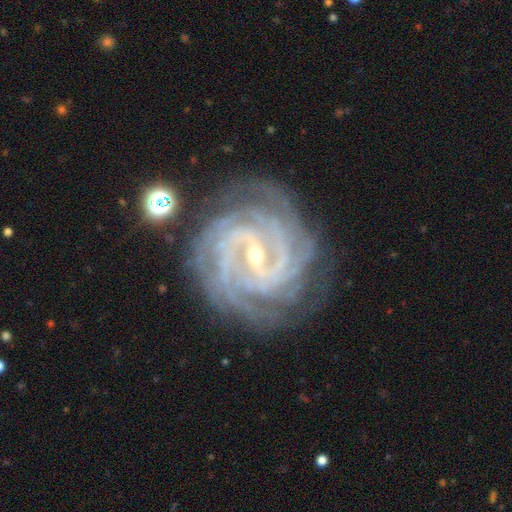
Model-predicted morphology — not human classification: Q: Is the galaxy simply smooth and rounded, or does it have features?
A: featured or disk — 92%.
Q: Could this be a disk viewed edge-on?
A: no — 97%.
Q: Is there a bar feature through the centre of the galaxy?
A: strong — 43%, tied with weak.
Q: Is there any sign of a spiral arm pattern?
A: yes — 98%.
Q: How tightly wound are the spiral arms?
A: tight — 75%.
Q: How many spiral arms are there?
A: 4 — 30%.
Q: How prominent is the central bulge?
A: small — 72%.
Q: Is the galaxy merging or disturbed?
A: none — 78%.